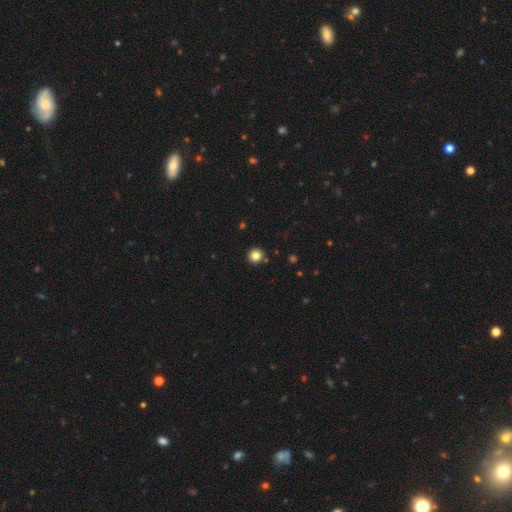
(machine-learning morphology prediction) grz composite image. It shows a smooth galaxy with no disk features (83%) that is round (94%). Merging: none (91%).